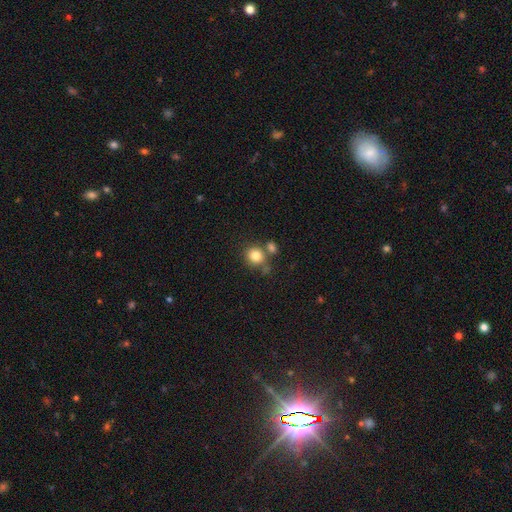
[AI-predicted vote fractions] smooth_or_featured: smooth (p=0.82) [alt: star or artifact p=0.11]
how_rounded: round (p=0.85) [alt: in between p=0.14]
merging: none (p=0.62) [alt: merger p=0.23]